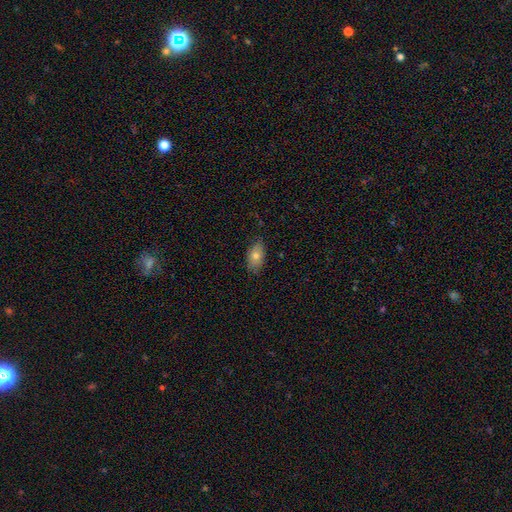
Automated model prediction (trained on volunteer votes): smooth_or_featured: smooth (p=0.73) [alt: featured or disk p=0.18]
how_rounded: in between (p=0.90) [alt: round p=0.07]
merging: none (p=0.80) [alt: minor disturbance p=0.17]